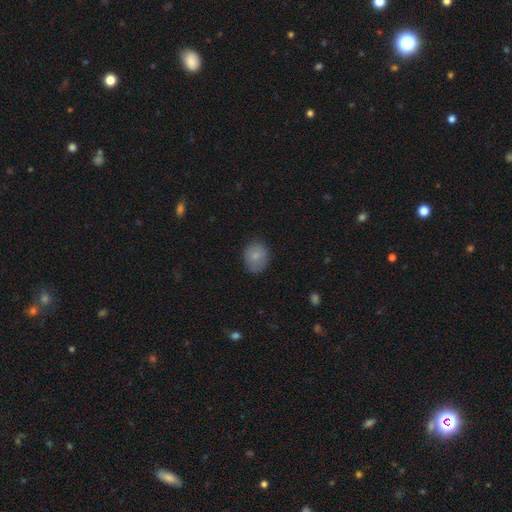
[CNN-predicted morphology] A smooth galaxy with no disk features (80%) that is round (63%).

Vote fractions:
- Smooth or featured? smooth: 80% / featured or disk: 12% / star or artifact: 8%
- How rounded? round: 63% / in between: 36% / cigar-shaped: 1%
- Merging? none: 75% / minor disturbance: 19% / major disturbance: 4% / merger: 1%